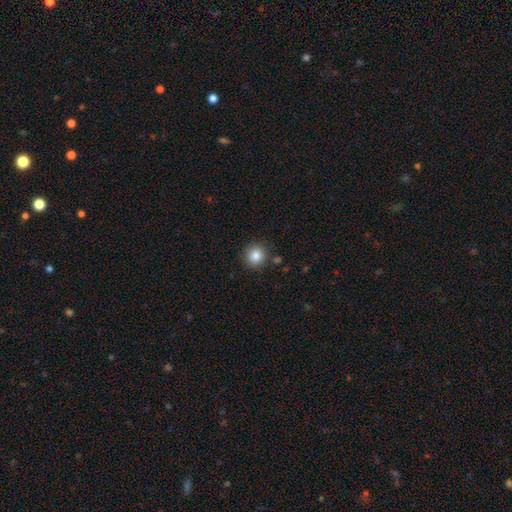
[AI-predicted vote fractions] smooth_or_featured: smooth (p=0.85) [alt: star or artifact p=0.10]
how_rounded: round (p=0.92) [alt: in between p=0.07]
merging: none (p=0.86) [alt: minor disturbance p=0.08]